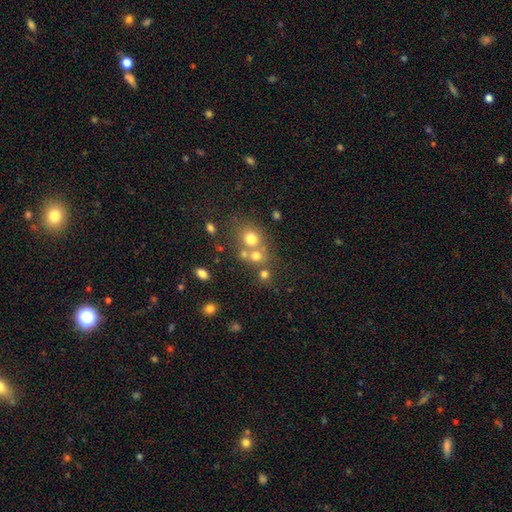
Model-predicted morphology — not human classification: Smooth or featured: smooth — 67% (star or artifact — 18%)
How rounded: round — 79% (in between — 20%)
Merging: none — 46% (merger — 42%)